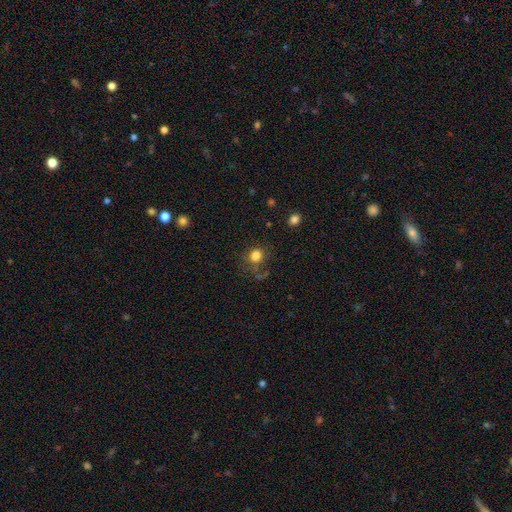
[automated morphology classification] Overall: smooth (81%). How rounded: round (78%). Merging: none (68%).